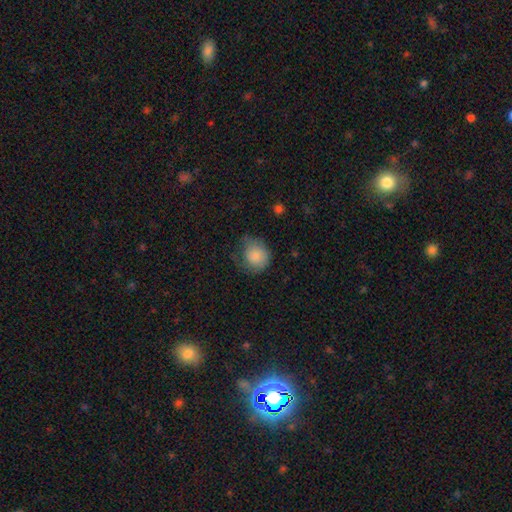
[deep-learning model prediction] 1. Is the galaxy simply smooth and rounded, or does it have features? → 83% smooth, 9% featured or disk, 8% star or artifact.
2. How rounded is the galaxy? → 78% round, 21% in between, 1% cigar-shaped.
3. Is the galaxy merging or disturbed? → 48% none, 34% minor disturbance, 16% major disturbance, 2% merger.